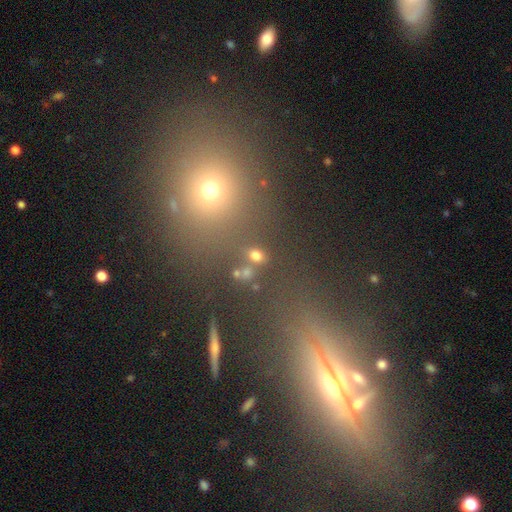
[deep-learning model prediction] smooth_or_featured: smooth (p=0.70) [alt: star or artifact p=0.22]
how_rounded: in between (p=0.55) [alt: round p=0.42]
merging: none (p=0.72) [alt: merger p=0.12]